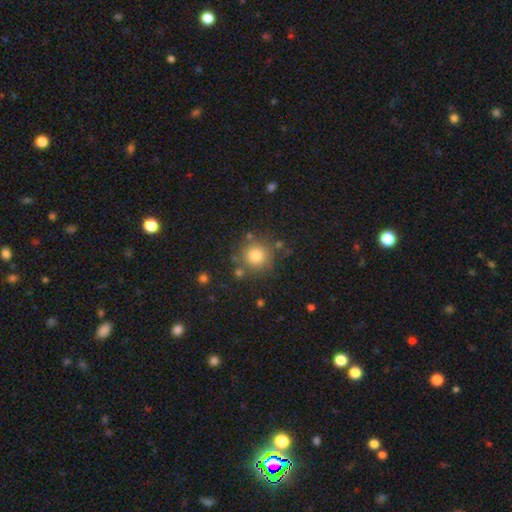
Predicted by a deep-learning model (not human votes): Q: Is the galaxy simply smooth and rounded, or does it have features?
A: smooth — 79%.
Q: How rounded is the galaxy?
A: round — 93%.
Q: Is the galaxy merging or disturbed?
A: none — 81%.